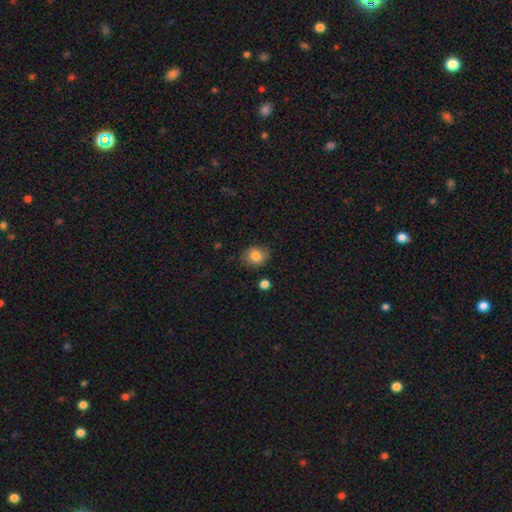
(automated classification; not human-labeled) smooth_or_featured: smooth (p=0.82) [alt: star or artifact p=0.09]
how_rounded: round (p=0.61) [alt: in between p=0.38]
merging: none (p=0.77) [alt: minor disturbance p=0.17]